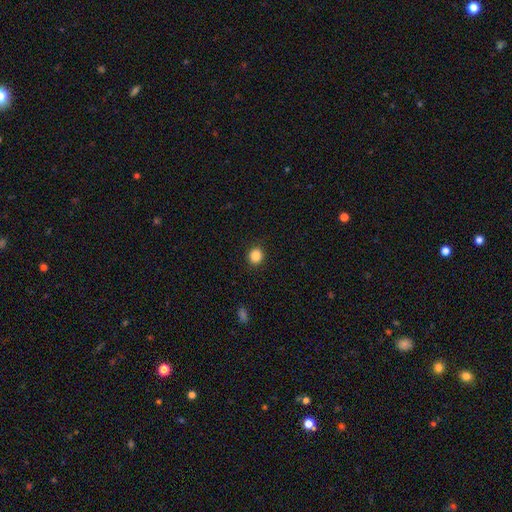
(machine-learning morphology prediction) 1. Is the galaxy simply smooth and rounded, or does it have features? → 87% smooth, 10% star or artifact, 3% featured or disk.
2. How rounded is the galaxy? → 85% round, 14% in between, 1% cigar-shaped.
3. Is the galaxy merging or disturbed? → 91% none, 6% minor disturbance, 2% major disturbance, 1% merger.